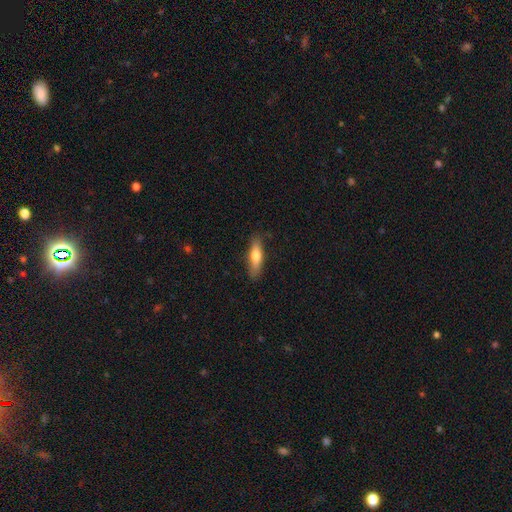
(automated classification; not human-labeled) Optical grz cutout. It shows a smooth galaxy with no disk features (64%) that is cigar-shaped (65%). Merging: none (82%).